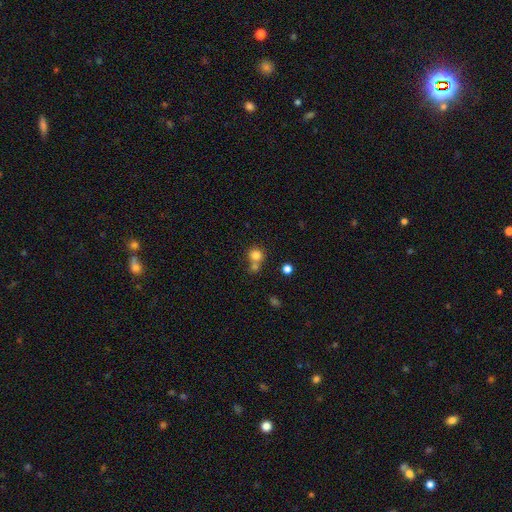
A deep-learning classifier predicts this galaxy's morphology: This appears to be a smooth galaxy with no disk features (80%) that is round (88%). Merging: none (52%).